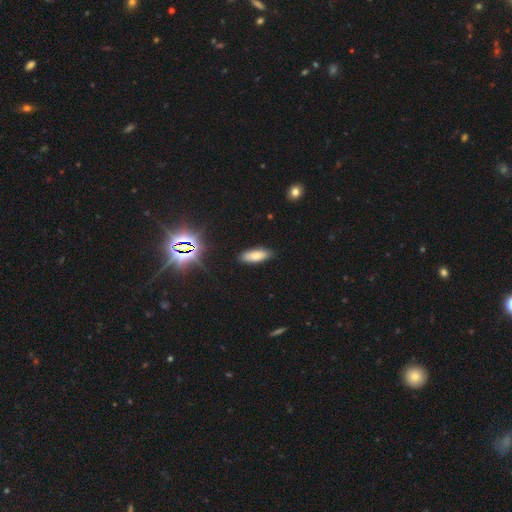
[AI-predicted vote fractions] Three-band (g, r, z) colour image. It shows a smooth galaxy with no disk features (77%) that is in between round and cigar-shaped (72%). Merging: none (86%).